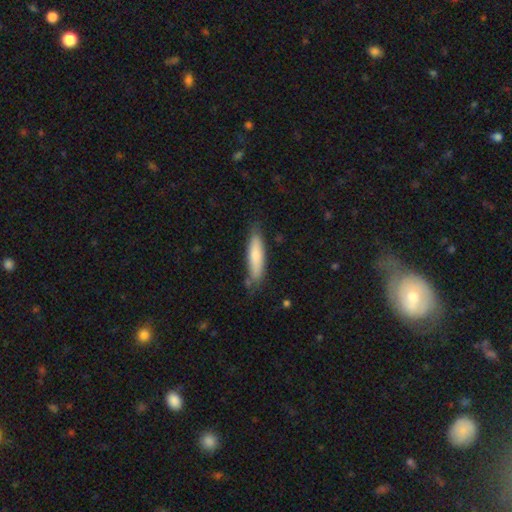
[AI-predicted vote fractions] A smooth galaxy with no disk features (75%) that is cigar-shaped (75%). Merging: none (75%).